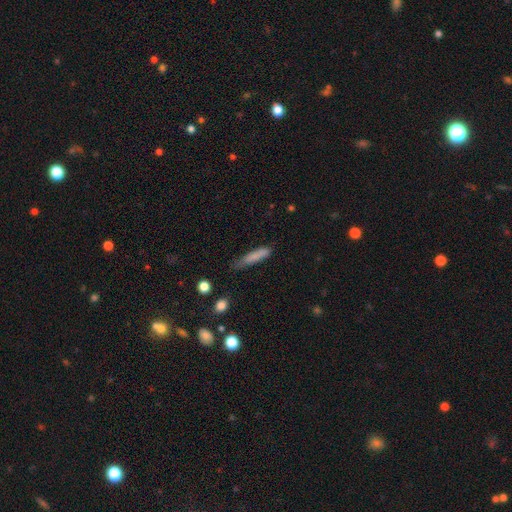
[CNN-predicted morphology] This appears to be a smooth galaxy with no disk features (79%) that is cigar-shaped (87%). Merging: none (61%).